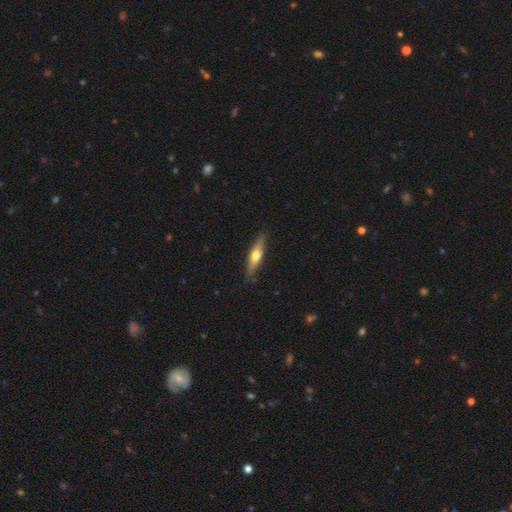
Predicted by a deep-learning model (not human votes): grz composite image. It shows a featured or disk galaxy (50%) viewed edge-on (92%). Merging: none (87%).